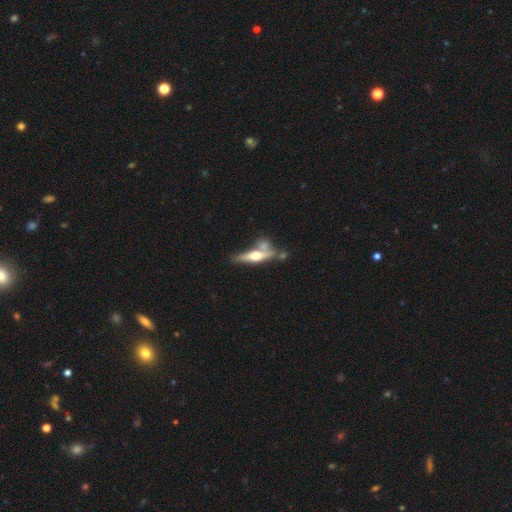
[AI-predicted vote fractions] This is likely a featured or disk galaxy (62%). It is clearly viewed edge-on (92%). Edge-on bulge: clearly rounded (93%). Merging: possibly none (55%).